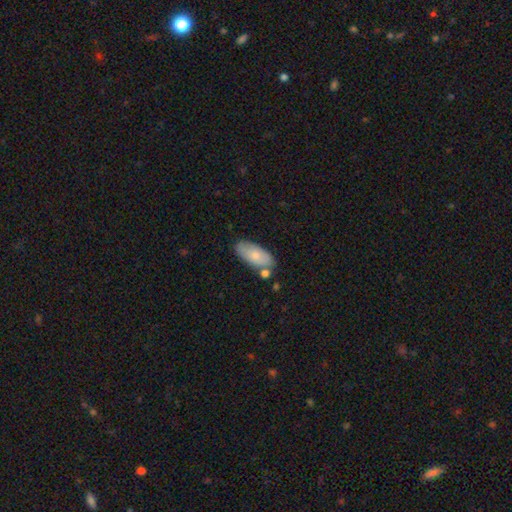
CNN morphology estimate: smooth_or_featured: smooth (p=0.77) [alt: featured or disk p=0.17]
how_rounded: in between (p=0.90) [alt: cigar-shaped p=0.08]
merging: none (p=0.69) [alt: minor disturbance p=0.17]